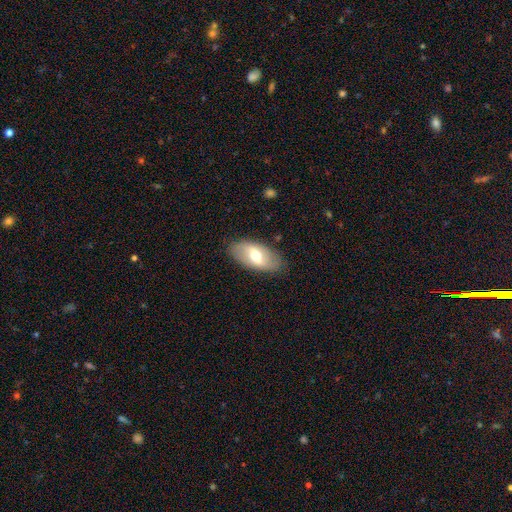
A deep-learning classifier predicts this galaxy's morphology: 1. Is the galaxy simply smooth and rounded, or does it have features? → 51% smooth, 43% featured or disk, 6% star or artifact.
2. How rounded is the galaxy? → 92% in between, 4% cigar-shaped, 4% round.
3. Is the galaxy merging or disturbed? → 84% none, 12% minor disturbance, 3% major disturbance, 1% merger.